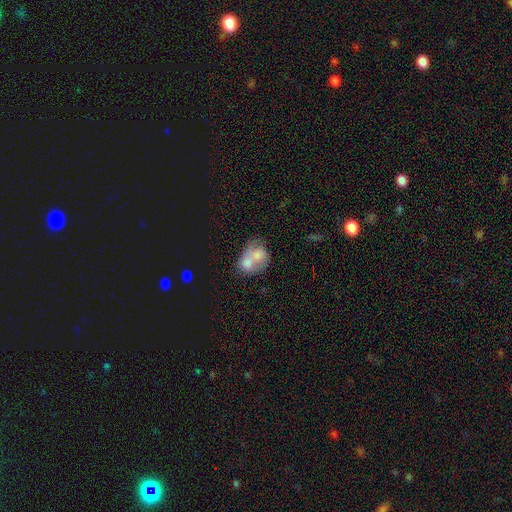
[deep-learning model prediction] smooth 65%, featured or disk 27%, star or artifact 8%. Down the decision tree: how rounded — in between (60%); merging — merger (71%).